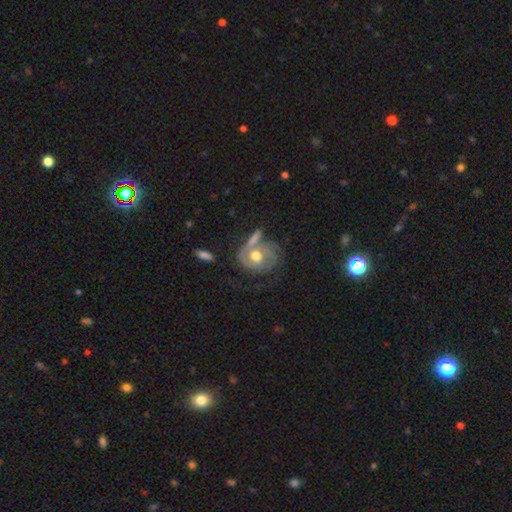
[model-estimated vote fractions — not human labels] Smooth or featured: featured or disk — 68% (smooth — 25%)
Edge-on disk: no — 95% (yes — 5%)
Bar: no — 77% (weak — 18%)
Spiral arms: yes — 73% (no — 27%)
Bulge size: moderate — 73% (large — 17%)
Merging: none — 43% (minor disturbance — 21%)